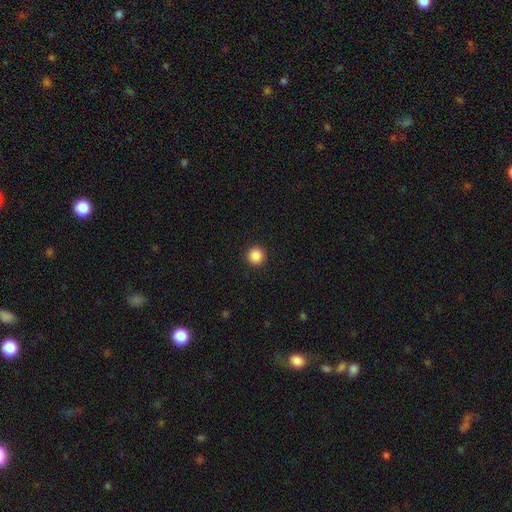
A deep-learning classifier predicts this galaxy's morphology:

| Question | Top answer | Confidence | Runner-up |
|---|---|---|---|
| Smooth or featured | smooth | 87% | star or artifact (10%) |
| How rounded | round | 96% | in between (3%) |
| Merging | none | 93% | minor disturbance (4%) |